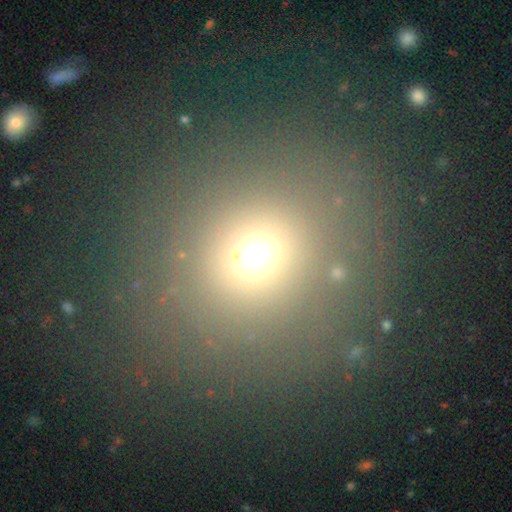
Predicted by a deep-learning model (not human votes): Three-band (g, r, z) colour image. It shows a smooth galaxy with no disk features (64%) that is round (87%). Merging: none (78%).